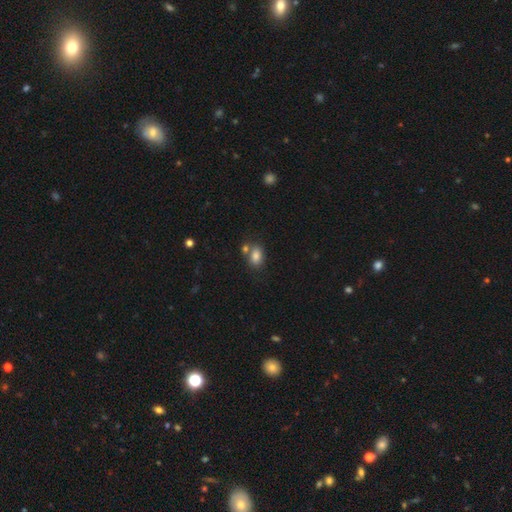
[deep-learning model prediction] smooth 83%, star or artifact 9%, featured or disk 8%. Down the decision tree: how rounded — in between (79%); merging — none (57%).